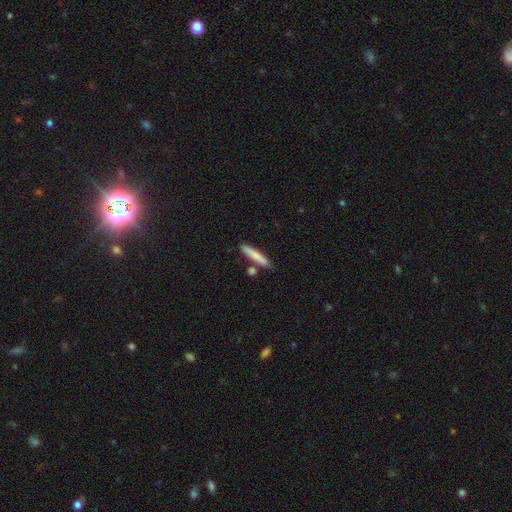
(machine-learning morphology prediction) Overall: smooth (80%). How rounded: cigar-shaped (89%). Merging: none (80%).